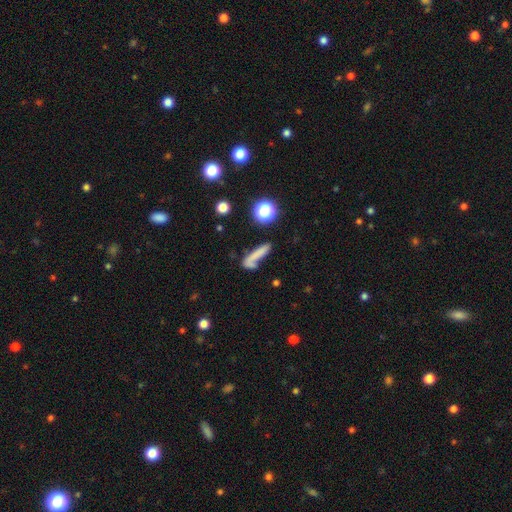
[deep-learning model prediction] A smooth galaxy with no disk features (63%) that is cigar-shaped (72%). Merging: none (48%).